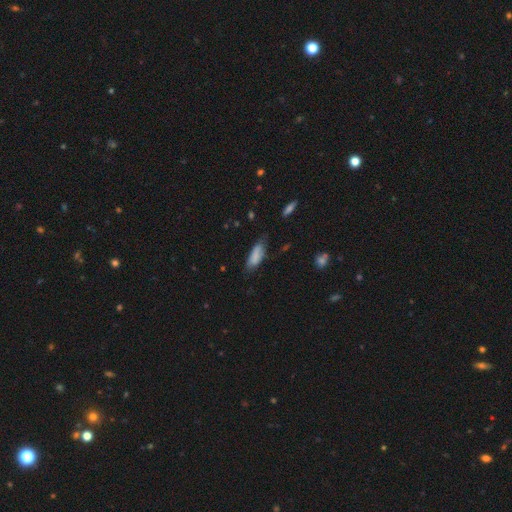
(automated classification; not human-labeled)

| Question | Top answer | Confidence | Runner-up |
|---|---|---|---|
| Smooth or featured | smooth | 79% | featured or disk (13%) |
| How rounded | in between | 70% | cigar-shaped (28%) |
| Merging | none | 60% | minor disturbance (30%) |